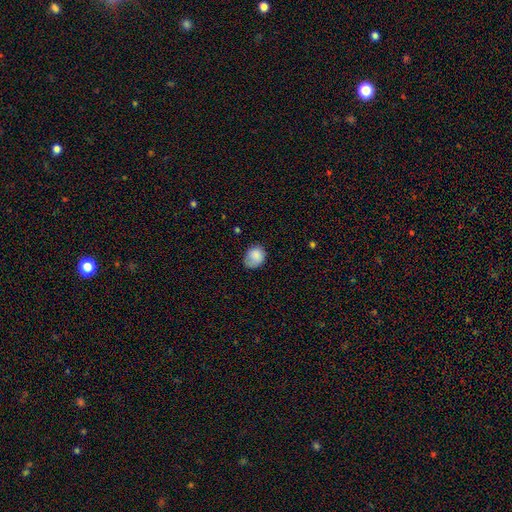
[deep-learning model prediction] Smooth or featured? Predicted: smooth (p=0.84). How rounded? Predicted: round (p=0.53). Merging? Predicted: none (p=0.59).